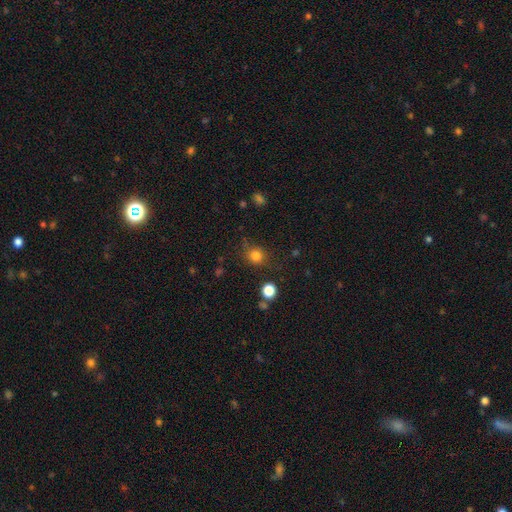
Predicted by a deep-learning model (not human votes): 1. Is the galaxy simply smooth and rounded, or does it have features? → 80% smooth, 14% star or artifact, 6% featured or disk.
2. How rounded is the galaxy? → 84% round, 15% in between, 1% cigar-shaped.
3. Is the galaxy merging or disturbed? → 75% none, 16% minor disturbance, 6% major disturbance, 3% merger.